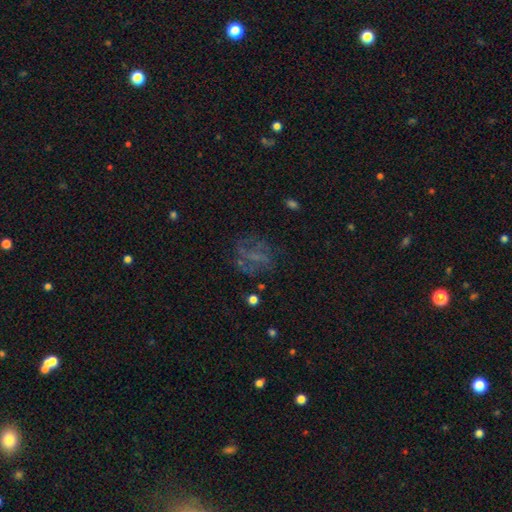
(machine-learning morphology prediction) Overall: featured or disk (48%; smooth 29%). Merging: none (59%; major disturbance 21%).